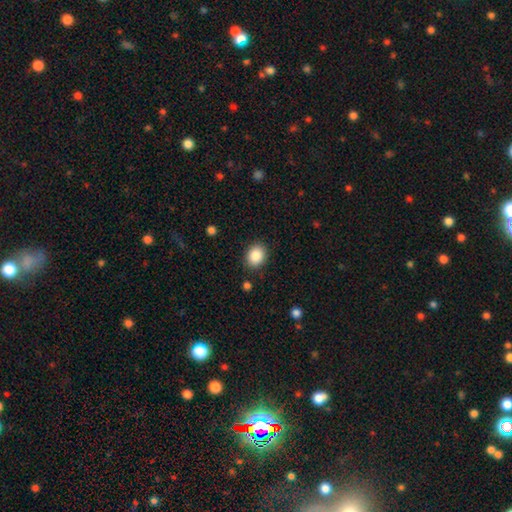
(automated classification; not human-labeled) Smooth or featured? Predicted: smooth (p=0.87). How rounded? Predicted: round (p=0.52). Merging? Predicted: none (p=0.88).